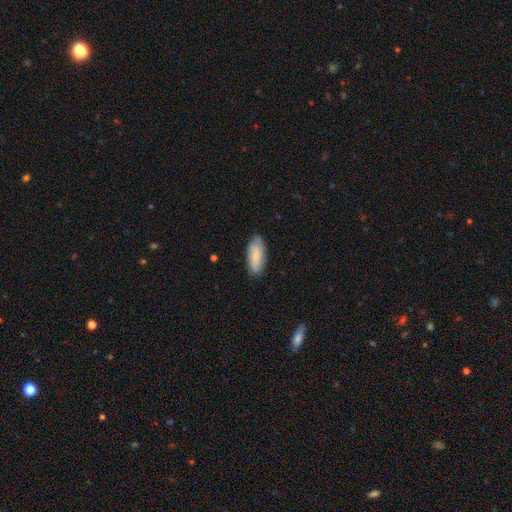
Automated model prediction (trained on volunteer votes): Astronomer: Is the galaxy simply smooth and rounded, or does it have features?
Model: smooth — 76%.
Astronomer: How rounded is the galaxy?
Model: in between — 82%.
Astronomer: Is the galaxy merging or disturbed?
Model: none — 77%.